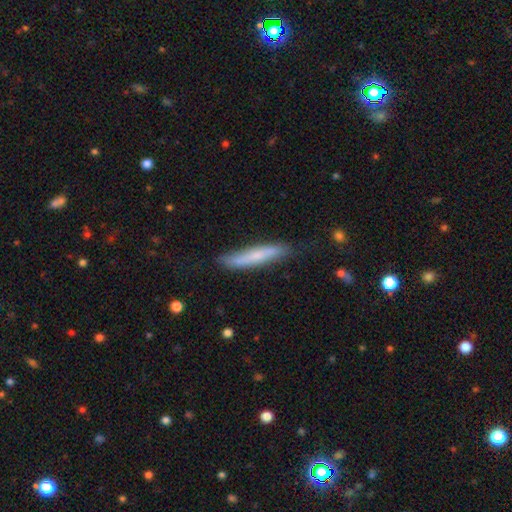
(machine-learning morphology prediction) Smooth or featured: smooth — 64% (featured or disk — 30%)
How rounded: cigar-shaped — 92% (in between — 7%)
Merging: none — 77% (minor disturbance — 18%)